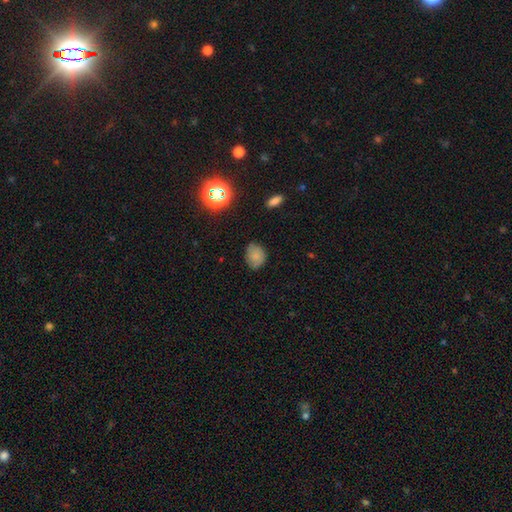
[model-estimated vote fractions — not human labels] smooth_or_featured: smooth (p=0.77) [alt: star or artifact p=0.12]
how_rounded: round (p=0.51) [alt: in between p=0.48]
merging: none (p=0.71) [alt: minor disturbance p=0.23]